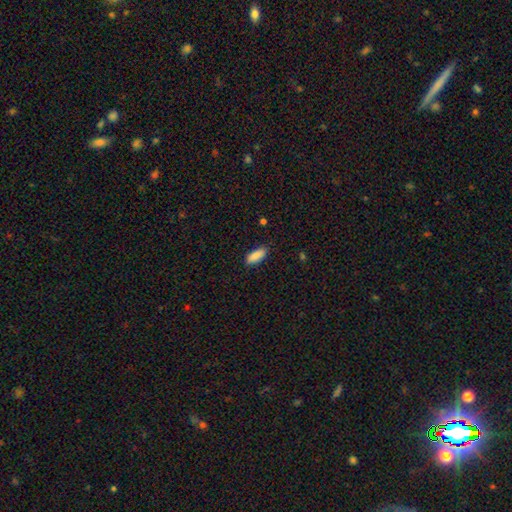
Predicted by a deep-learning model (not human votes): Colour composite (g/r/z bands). It shows a smooth galaxy with no disk features (88%) that is in between round and cigar-shaped (74%). Merging: none (85%).